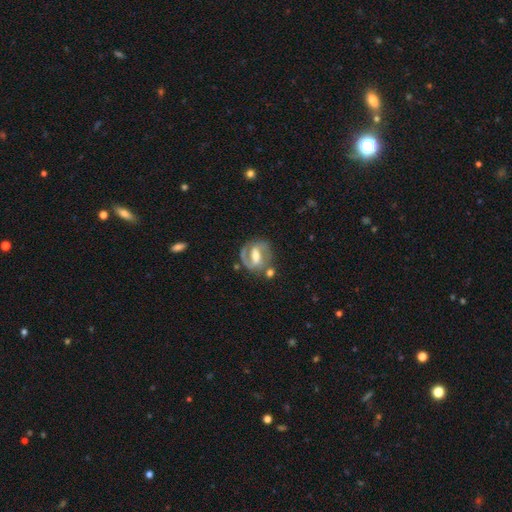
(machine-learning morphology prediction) Smooth or featured? Predicted: featured or disk (p=0.82). Edge-on disk? Predicted: no (p=0.97). Bar? Predicted: strong (p=0.49). Spiral arms? Predicted: yes (p=0.87). Spiral winding? Predicted: medium (p=0.47). Spiral arm count? Predicted: 2 (p=0.77). Bulge size? Predicted: moderate (p=0.61). Merging? Predicted: none (p=0.65).